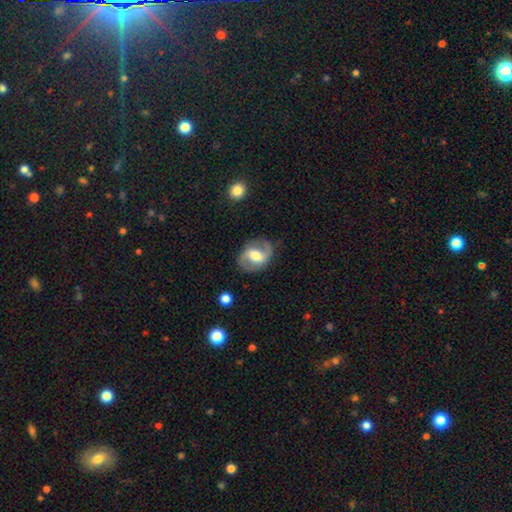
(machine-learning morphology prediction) A featured or disk galaxy (74%) with a weak bar (44%), 2 (89%) medium (51%) spiral arms (87%) and a moderate central bulge (59%).

Vote fractions:
- Smooth or featured? featured or disk: 74% / smooth: 20% / star or artifact: 6%
- Edge-on disk? no: 97% / yes: 3%
- Bar? weak: 44% / strong: 31% / no: 25%
- Spiral arms? yes: 87% / no: 13%
- Spiral winding? medium: 51% / loose: 27% / tight: 22%
- Spiral arm count? 2: 89% / can't tell: 5% / 1: 3% / 3: 1% / 4: 1% / more than 4: 1%
- Bulge size? moderate: 59% / large: 26% / small: 11% / dominant: 2% / none: 2%
- Merging? none: 79% / minor disturbance: 14% / major disturbance: 6% / merger: 1%